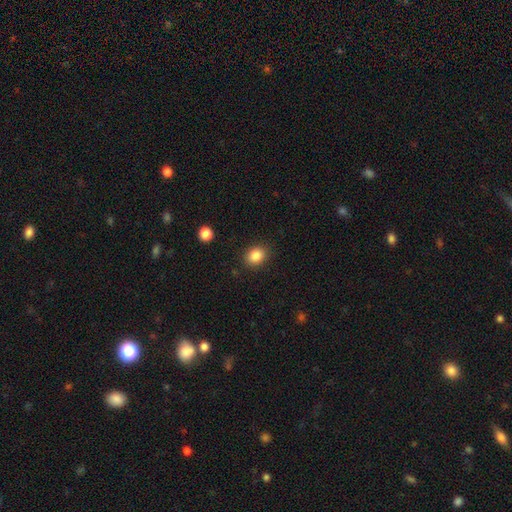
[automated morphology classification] smooth-or-featured: smooth: 85% | star or artifact: 10% | featured or disk: 5%
  how-rounded: round: 53% | in between: 46% | cigar-shaped: 1%
  merging: none: 87% | minor disturbance: 9% | major disturbance: 3% | merger: 1%